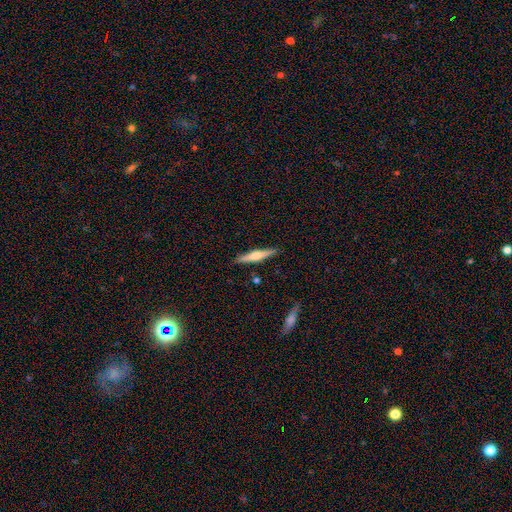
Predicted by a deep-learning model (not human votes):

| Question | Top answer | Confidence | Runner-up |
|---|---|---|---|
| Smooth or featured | featured or disk | 54% | smooth (40%) |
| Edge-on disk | yes | 97% | no (3%) |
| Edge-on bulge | rounded | 83% | none (8%) |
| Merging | none | 89% | minor disturbance (7%) |